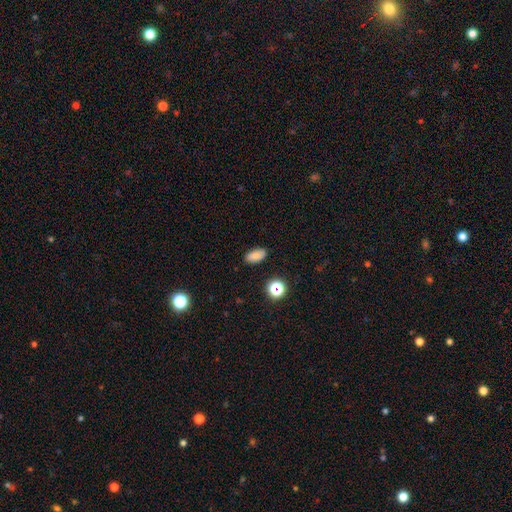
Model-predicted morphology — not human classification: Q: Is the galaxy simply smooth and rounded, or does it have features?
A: smooth — 81%.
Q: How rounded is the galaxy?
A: in between — 89%.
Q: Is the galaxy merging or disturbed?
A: none — 85%.